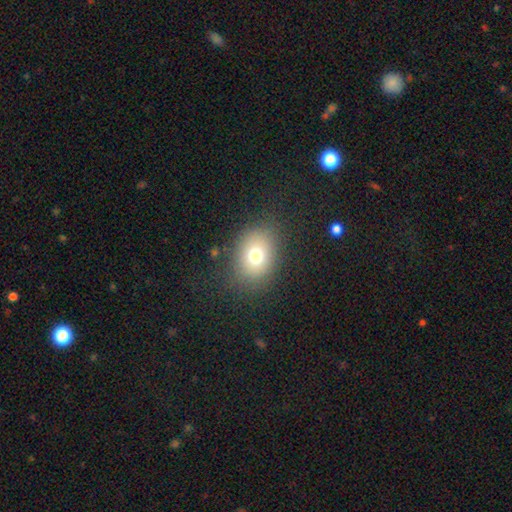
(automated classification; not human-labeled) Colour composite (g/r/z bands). It shows a smooth galaxy with no disk features (73%) that is in between round and cigar-shaped (55%). Merging: none (81%).